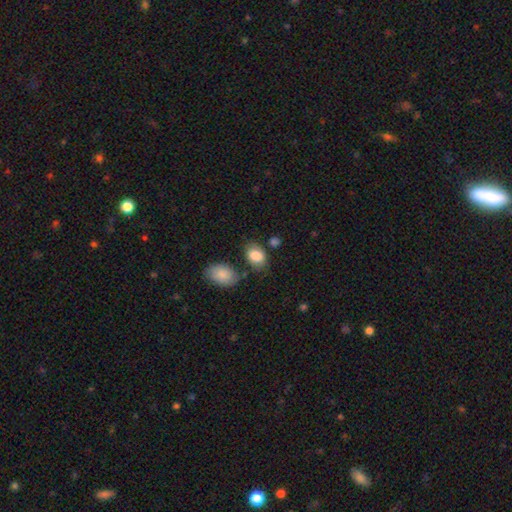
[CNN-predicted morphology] A smooth galaxy with no disk features (86%) that is in between round and cigar-shaped (81%). Merging: none (65%).